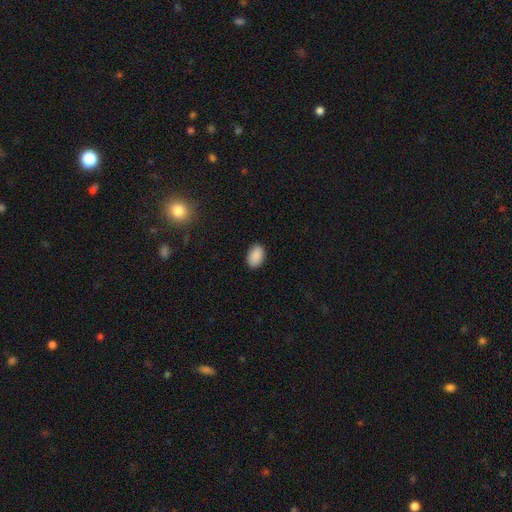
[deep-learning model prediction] Smooth or featured? Predicted: smooth (p=0.90). How rounded? Predicted: in between (p=0.87). Merging? Predicted: none (p=0.87).